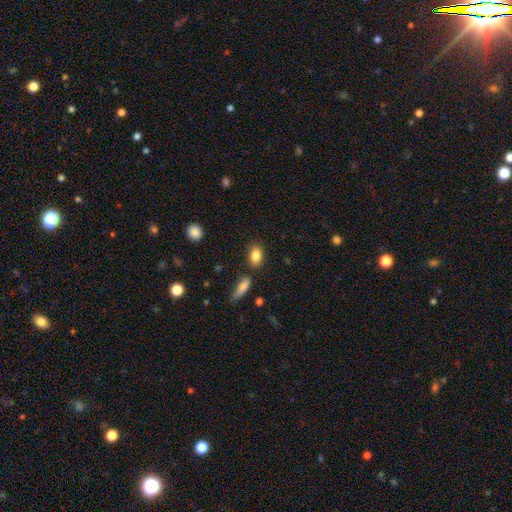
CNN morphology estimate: Smooth or featured?
  - smooth: 85% *
  - star or artifact: 8%
  - featured or disk: 7%
How rounded?
  - in between: 87% *
  - round: 8%
  - cigar-shaped: 4%
Merging?
  - none: 79% *
  - minor disturbance: 12%
  - merger: 6%
  - major disturbance: 3%